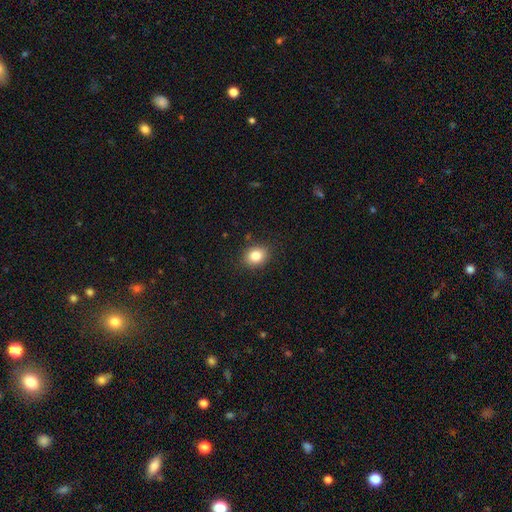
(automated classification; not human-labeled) Smooth or featured? smooth (83%)
How rounded? round (63%)
Merging? none (88%)